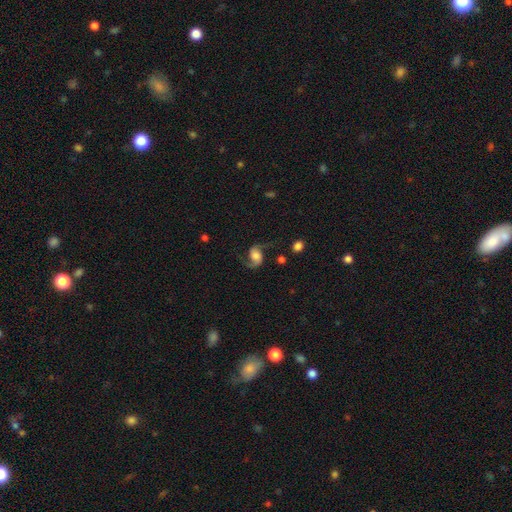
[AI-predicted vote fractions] smooth-or-featured: featured or disk: 78% | smooth: 14% | star or artifact: 8%
  disk-edge-on: no: 98% | yes: 2%
    bar: no: 57% | weak: 32% | strong: 11%
    has-spiral-arms: yes: 96% | no: 4%
      spiral-winding: loose: 65% | medium: 29% | tight: 6%
      spiral-arm-count: 2: 91% | 1: 4% | can't tell: 2% | 3: 1% | 4: 1% | more than 4: 1%
    bulge-size: large: 36% | moderate: 30% | small: 14% | none: 10% | dominant: 10%
  merging: none: 68% | minor disturbance: 17% | major disturbance: 13% | merger: 3%